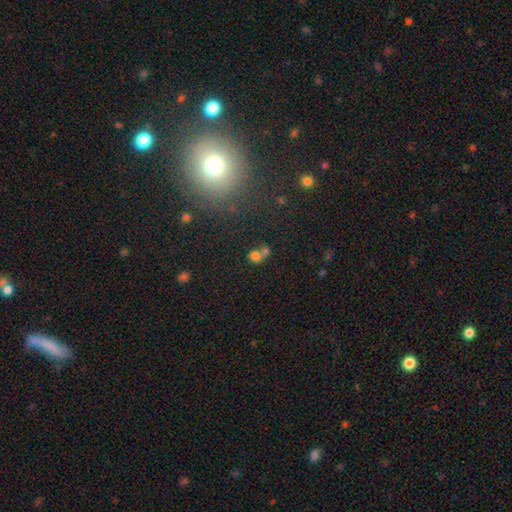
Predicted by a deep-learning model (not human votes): Smooth or featured? Predicted: smooth (p=0.69). How rounded? Predicted: round (p=0.72). Merging? Predicted: merger (p=0.49).